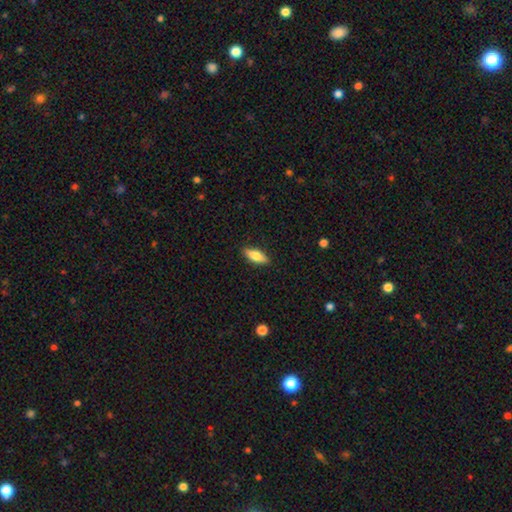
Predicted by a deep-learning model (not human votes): This is likely a smooth galaxy (69%). How rounded: likely in between (61%). Merging: clearly none (89%).